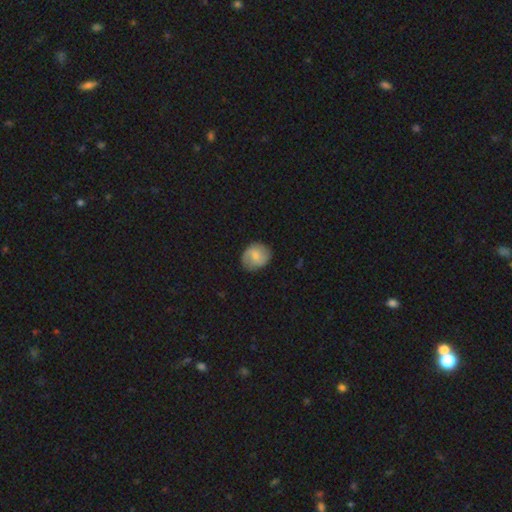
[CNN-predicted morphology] Smooth or featured?
  - smooth: 60% *
  - featured or disk: 32%
  - star or artifact: 7%
How rounded?
  - round: 71% *
  - in between: 28%
  - cigar-shaped: 1%
Merging?
  - none: 80% *
  - minor disturbance: 15%
  - major disturbance: 4%
  - merger: 1%